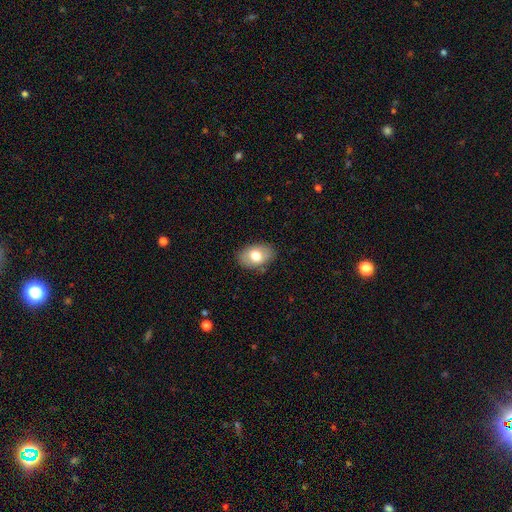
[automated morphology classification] Smooth or featured? smooth (72%)
How rounded? in between (86%)
Merging? none (84%)